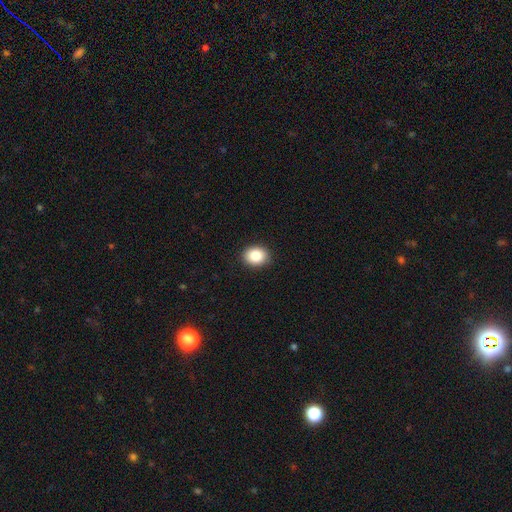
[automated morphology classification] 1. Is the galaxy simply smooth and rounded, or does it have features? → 86% smooth, 9% star or artifact, 6% featured or disk.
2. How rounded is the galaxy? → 50% in between, 49% round, 1% cigar-shaped.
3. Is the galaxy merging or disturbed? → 89% none, 8% minor disturbance, 2% major disturbance, 1% merger.